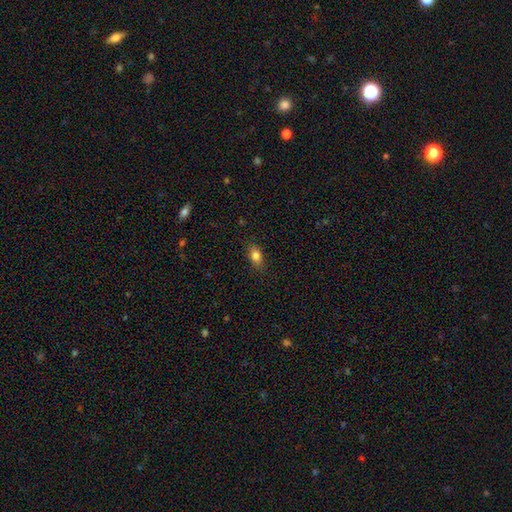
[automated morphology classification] A smooth galaxy with no disk features (82%) that is in between round and cigar-shaped (82%).

Vote fractions:
- Smooth or featured? smooth: 82% / star or artifact: 9% / featured or disk: 8%
- How rounded? in between: 82% / round: 12% / cigar-shaped: 6%
- Merging? none: 85% / minor disturbance: 11% / major disturbance: 3% / merger: 1%